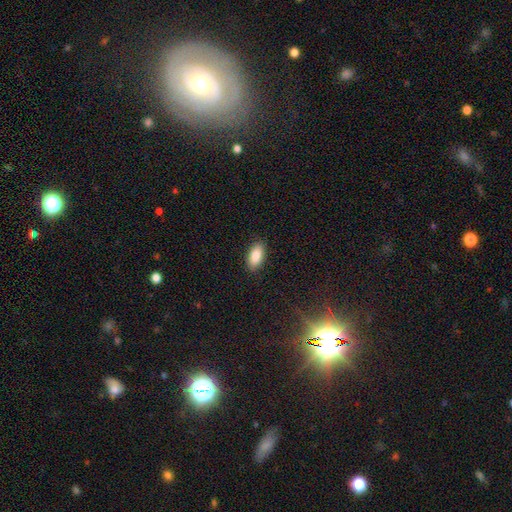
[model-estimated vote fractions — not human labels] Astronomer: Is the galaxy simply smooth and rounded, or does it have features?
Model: smooth — 87%.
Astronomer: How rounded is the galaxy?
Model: in between — 92%.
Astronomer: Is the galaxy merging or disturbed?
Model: none — 88%.